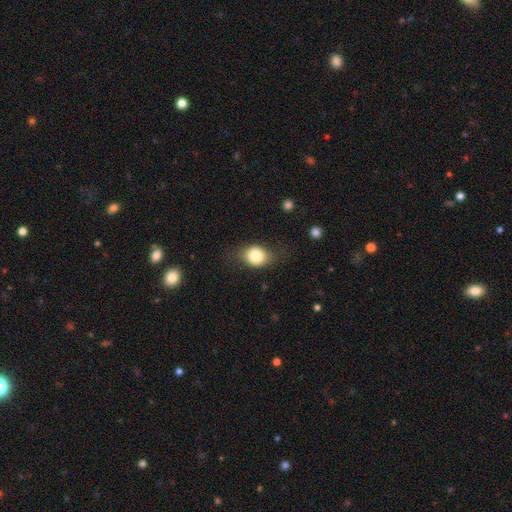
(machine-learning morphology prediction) Overall: smooth (78%). How rounded: round (50%; in between 49%). Merging: none (69%).